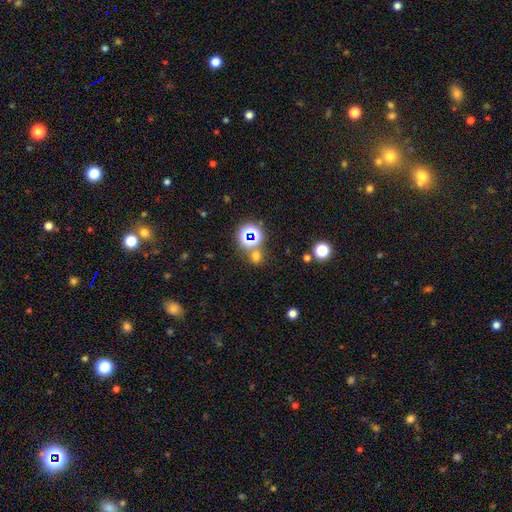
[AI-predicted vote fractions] smooth_or_featured: smooth (p=0.54) [alt: star or artifact p=0.39]
how_rounded: round (p=0.81) [alt: in between p=0.18]
merging: none (p=0.68) [alt: merger p=0.19]